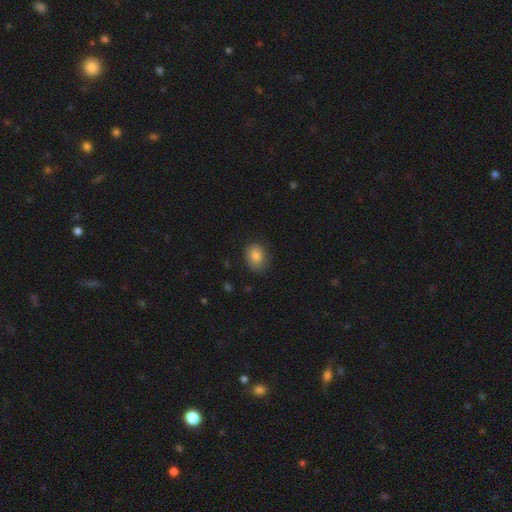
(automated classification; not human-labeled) A smooth galaxy with no disk features (83%) that is in between round and cigar-shaped (52%). Merging: none (79%).